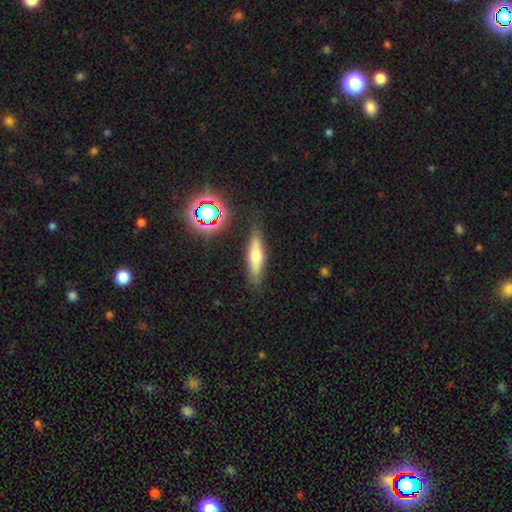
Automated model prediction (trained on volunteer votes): smooth_or_featured: smooth (p=0.50) [alt: featured or disk p=0.39]
how_rounded: cigar-shaped (p=0.68) [alt: in between p=0.28]
merging: none (p=0.82) [alt: minor disturbance p=0.12]